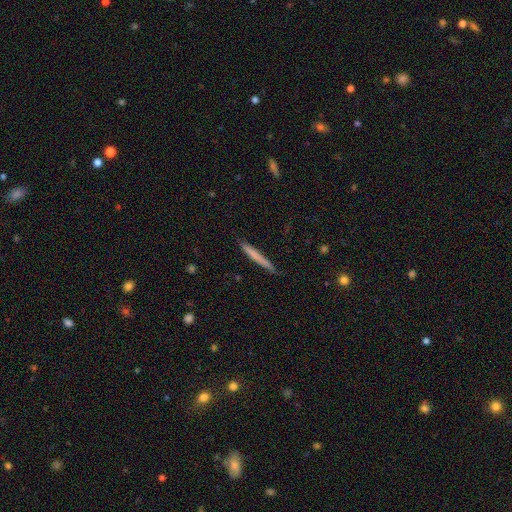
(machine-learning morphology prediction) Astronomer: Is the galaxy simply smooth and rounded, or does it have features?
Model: smooth — 68%.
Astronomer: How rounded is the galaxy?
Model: cigar-shaped — 97%.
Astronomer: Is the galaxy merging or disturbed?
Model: none — 87%.